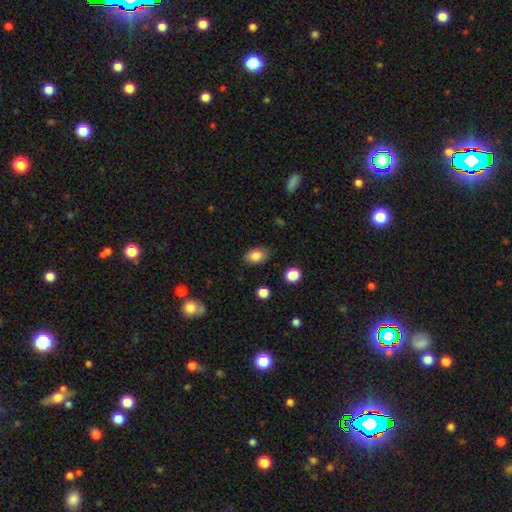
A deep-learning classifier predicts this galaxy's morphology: Smooth or featured? smooth (83%)
How rounded? in between (82%)
Merging? none (83%)